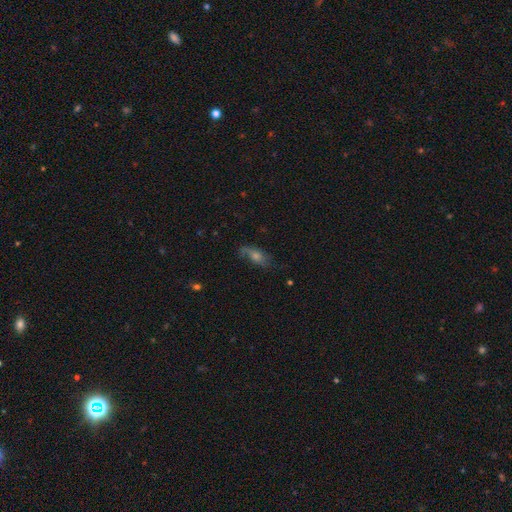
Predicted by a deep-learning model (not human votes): A featured or disk galaxy (50%).

Vote fractions:
- Smooth or featured? featured or disk: 50% / smooth: 35% / star or artifact: 15%
- Merging? none: 63% / minor disturbance: 23% / major disturbance: 12% / merger: 2%